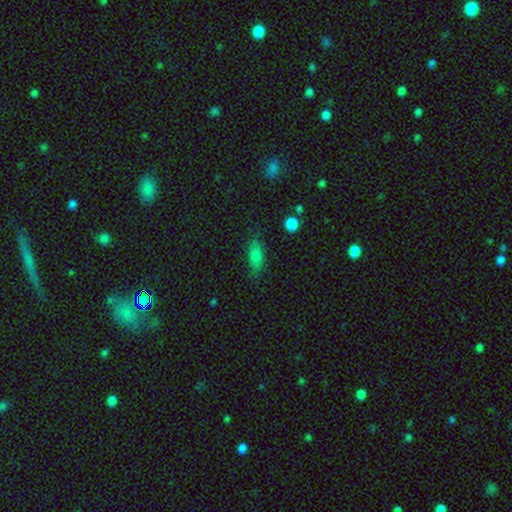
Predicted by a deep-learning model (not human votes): This is likely a smooth galaxy (75%). How rounded: likely in between (72%). Merging: likely none (79%).